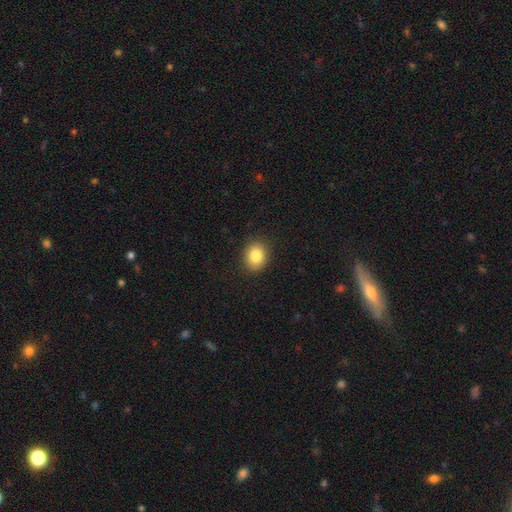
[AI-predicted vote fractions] A smooth galaxy with no disk features (85%) that is round (54%).

Vote fractions:
- Smooth or featured? smooth: 85% / star or artifact: 9% / featured or disk: 6%
- How rounded? round: 54% / in between: 45% / cigar-shaped: 1%
- Merging? none: 89% / minor disturbance: 8% / major disturbance: 2% / merger: 1%